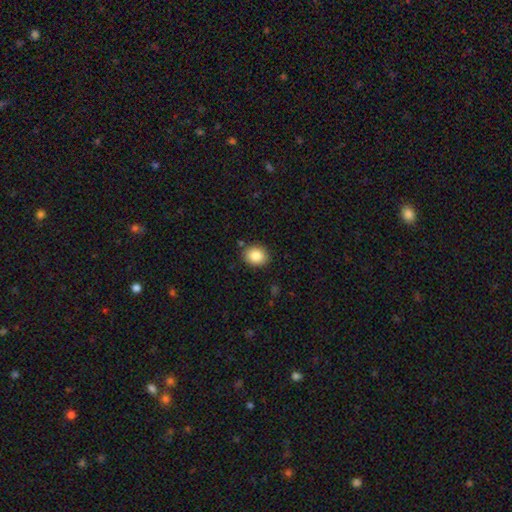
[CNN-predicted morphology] This is clearly a smooth galaxy (86%). How rounded: possibly round (53%). Merging: clearly none (87%).